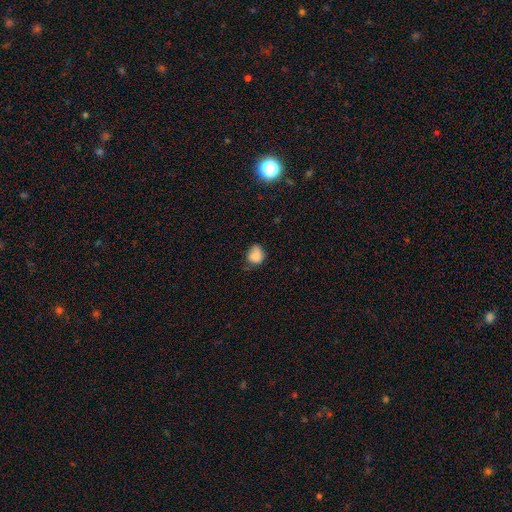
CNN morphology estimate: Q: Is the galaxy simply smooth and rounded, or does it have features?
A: smooth — 82%.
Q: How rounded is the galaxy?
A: round — 68%.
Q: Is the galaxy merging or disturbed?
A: none — 51%.